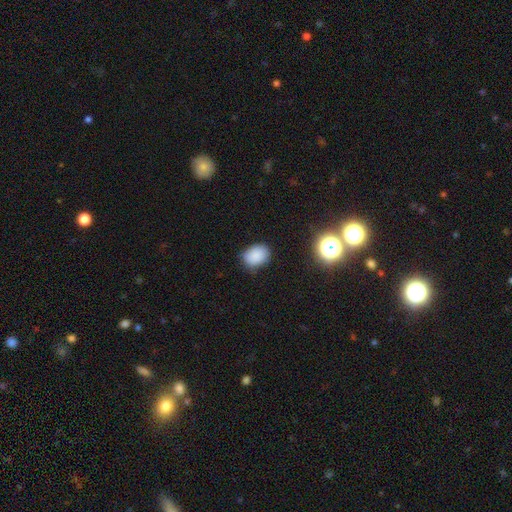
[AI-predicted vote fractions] Smooth or featured? Predicted: smooth (p=0.84). How rounded? Predicted: in between (p=0.71). Merging? Predicted: none (p=0.76).